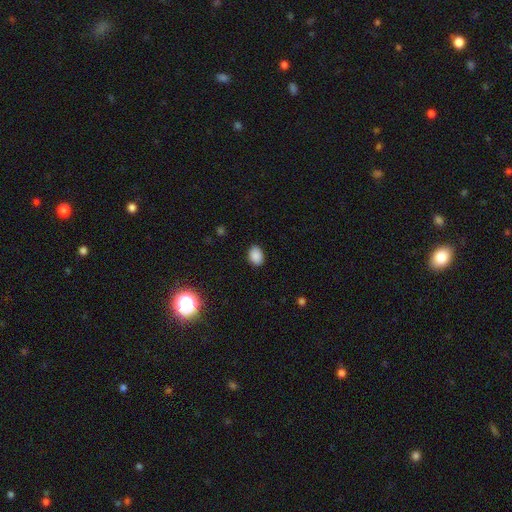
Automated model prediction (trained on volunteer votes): Smooth or featured?
  - smooth: 87% *
  - star or artifact: 10%
  - featured or disk: 3%
How rounded?
  - in between: 73% *
  - round: 25%
  - cigar-shaped: 1%
Merging?
  - none: 88% *
  - minor disturbance: 9%
  - major disturbance: 2%
  - merger: 1%